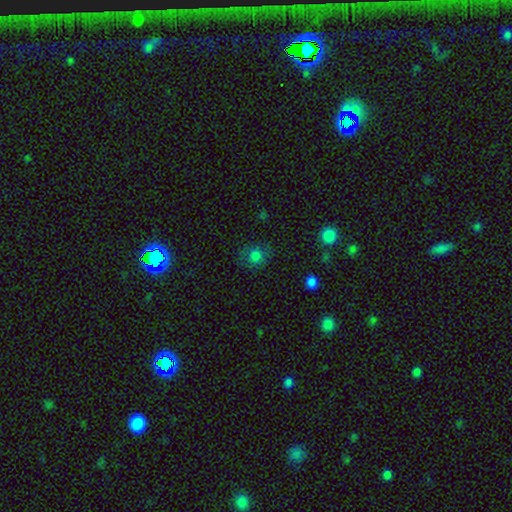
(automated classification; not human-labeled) A smooth galaxy with no disk features (77%) that is round (79%). Merging: none (74%).